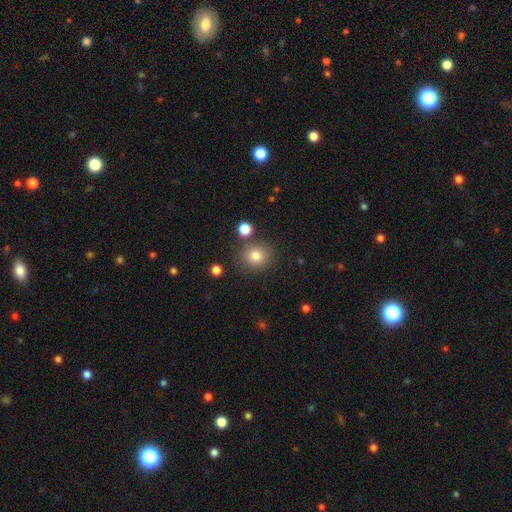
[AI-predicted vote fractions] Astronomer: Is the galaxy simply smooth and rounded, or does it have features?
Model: smooth — 80%.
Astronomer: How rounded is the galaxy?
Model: round — 83%.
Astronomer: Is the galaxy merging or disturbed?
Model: none — 80%.